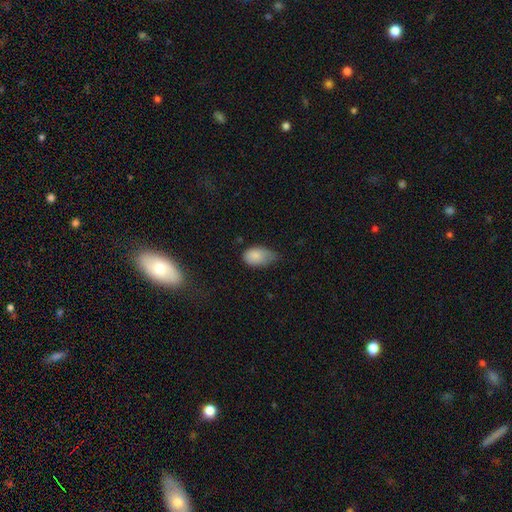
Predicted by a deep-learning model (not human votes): Smooth or featured? Predicted: smooth (p=0.83). How rounded? Predicted: in between (p=0.89). Merging? Predicted: minor disturbance (p=0.51).